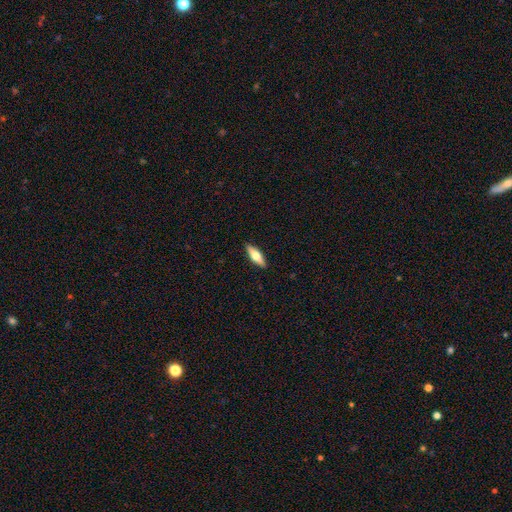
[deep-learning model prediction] This is possibly a smooth galaxy (54%). How rounded: possibly in between (50%). Merging: clearly none (90%).